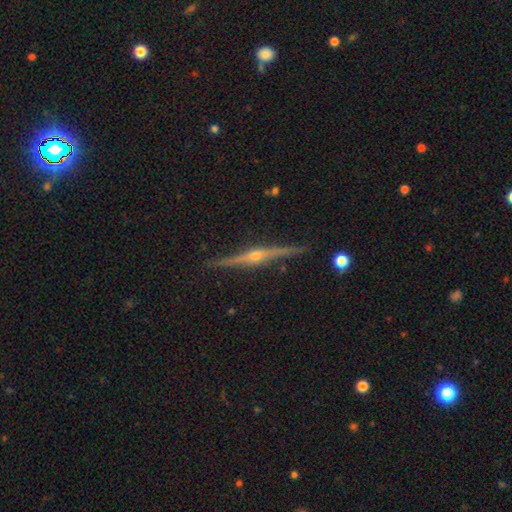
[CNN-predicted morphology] A featured or disk galaxy (88%) viewed edge-on (98%) with a rounded central bulge (93%).

Vote fractions:
- Smooth or featured? featured or disk: 88% / smooth: 6% / star or artifact: 6%
- Edge-on disk? yes: 98% / no: 2%
- Edge-on bulge? rounded: 93% / boxy: 4% / none: 4%
- Merging? none: 90% / minor disturbance: 7% / major disturbance: 1% / merger: 1%